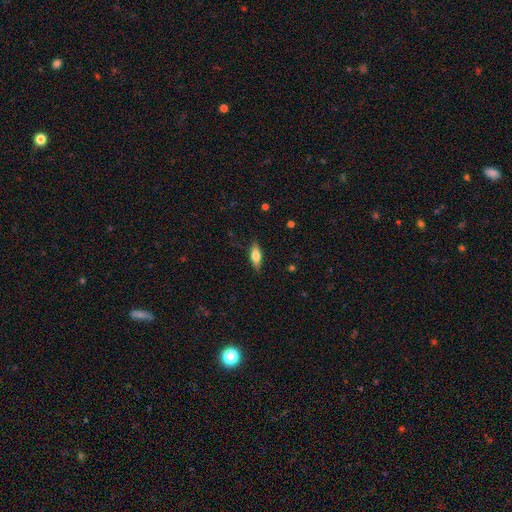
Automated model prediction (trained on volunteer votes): A smooth galaxy with no disk features (64%) that is in between round and cigar-shaped (64%). Merging: none (84%).